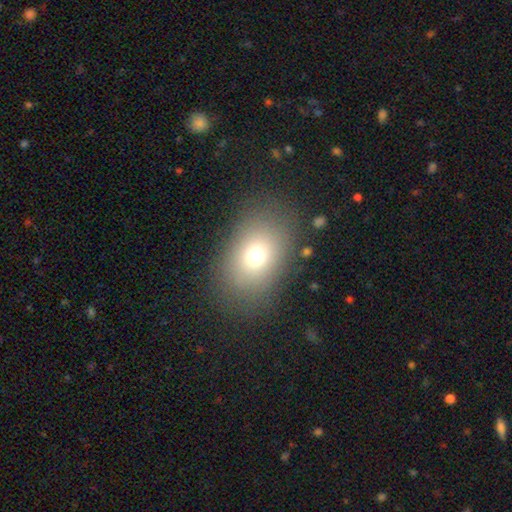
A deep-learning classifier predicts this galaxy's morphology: A smooth galaxy with no disk features (72%) that is in between round and cigar-shaped (75%). Merging: none (83%).